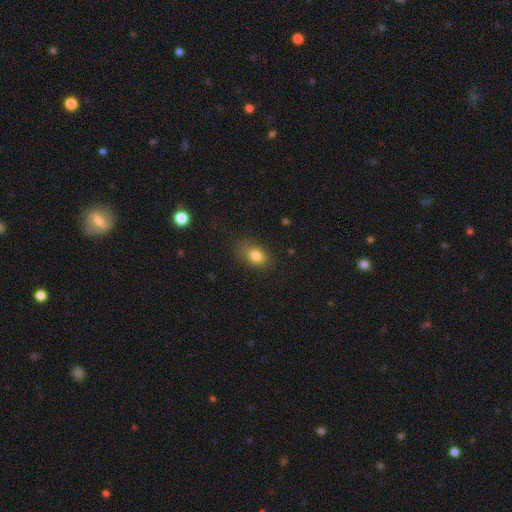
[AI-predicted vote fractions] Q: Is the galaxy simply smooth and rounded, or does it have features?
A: smooth — 82%.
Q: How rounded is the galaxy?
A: in between — 74%.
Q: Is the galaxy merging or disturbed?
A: none — 71%.